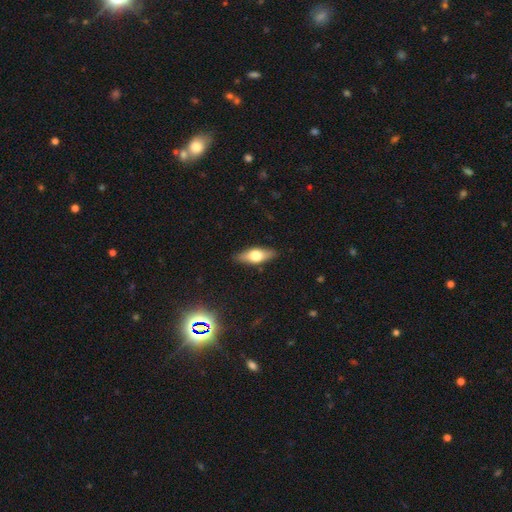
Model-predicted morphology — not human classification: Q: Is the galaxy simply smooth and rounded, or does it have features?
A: smooth — 55%.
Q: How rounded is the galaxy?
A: in between — 65%.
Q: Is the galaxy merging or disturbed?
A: none — 88%.